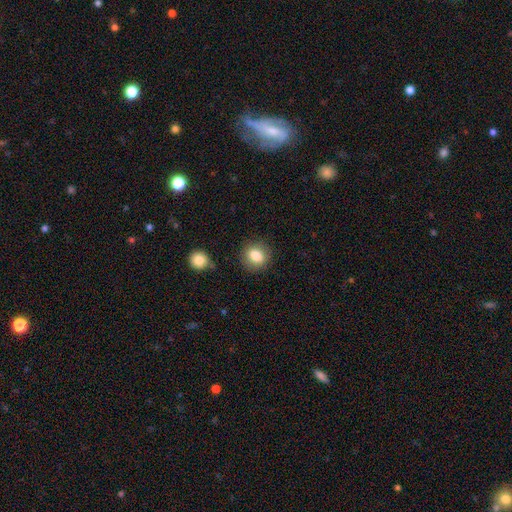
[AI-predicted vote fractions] Overall: smooth (83%). How rounded: round (74%). Merging: none (86%).